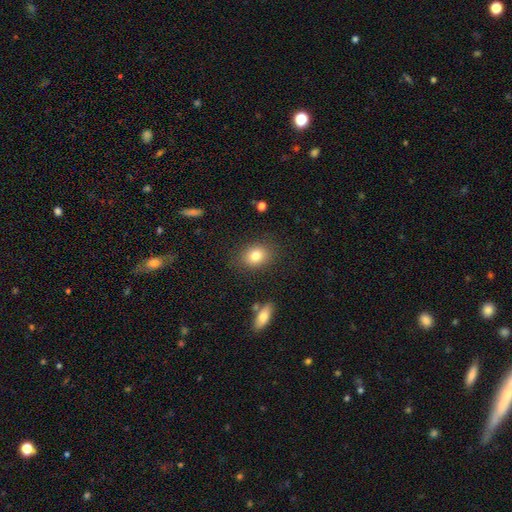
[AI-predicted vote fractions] smooth_or_featured: smooth (p=0.81) [alt: featured or disk p=0.10]
how_rounded: in between (p=0.58) [alt: round p=0.41]
merging: none (p=0.83) [alt: minor disturbance p=0.11]